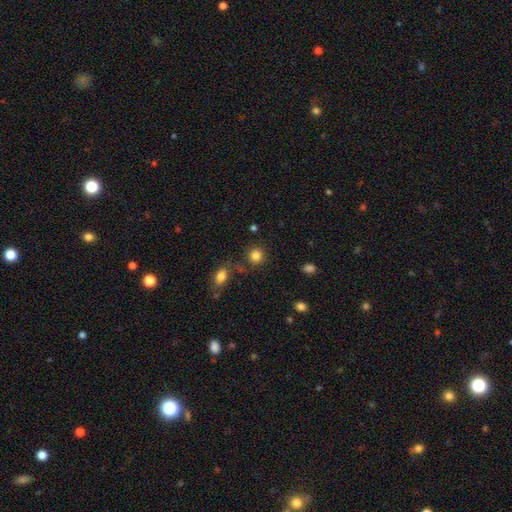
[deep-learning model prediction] smooth-or-featured: smooth: 84% | star or artifact: 11% | featured or disk: 5%
  how-rounded: round: 89% | in between: 10% | cigar-shaped: 1%
  merging: none: 79% | minor disturbance: 9% | merger: 7% | major disturbance: 4%